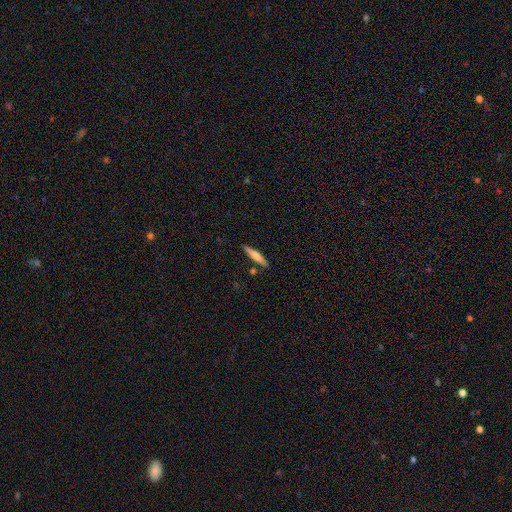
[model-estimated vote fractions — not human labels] smooth 56%, featured or disk 38%, star or artifact 6%. Down the decision tree: how rounded — cigar-shaped (90%); merging — none (85%).